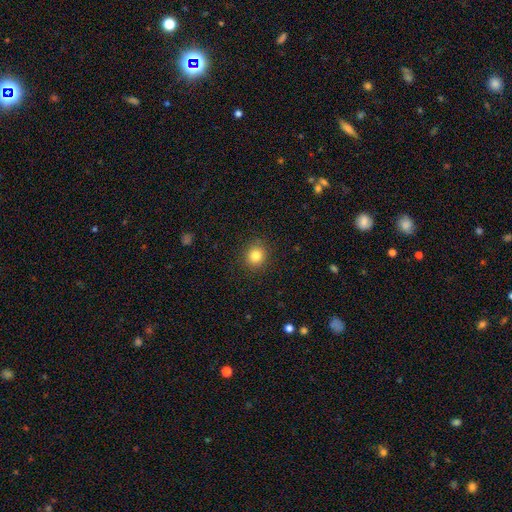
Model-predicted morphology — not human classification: A smooth galaxy with no disk features (83%) that is round (88%).

Vote fractions:
- Smooth or featured? smooth: 83% / star or artifact: 12% / featured or disk: 6%
- How rounded? round: 88% / in between: 11% / cigar-shaped: 1%
- Merging? none: 90% / minor disturbance: 7% / major disturbance: 2% / merger: 1%